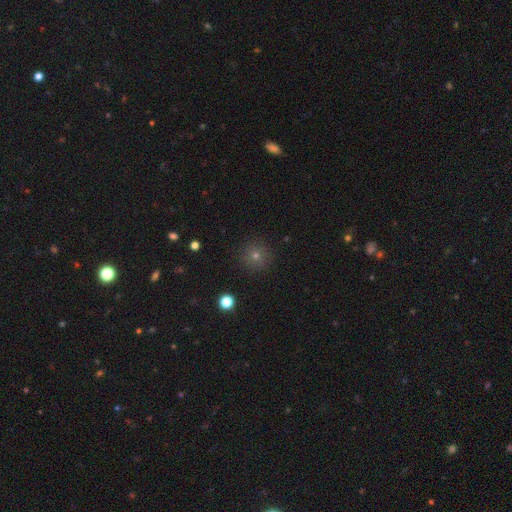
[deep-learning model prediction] smooth-or-featured: smooth: 70% | star or artifact: 22% | featured or disk: 8%
  how-rounded: round: 96% | in between: 3% | cigar-shaped: 1%
  merging: none: 91% | minor disturbance: 5% | major disturbance: 2% | merger: 1%